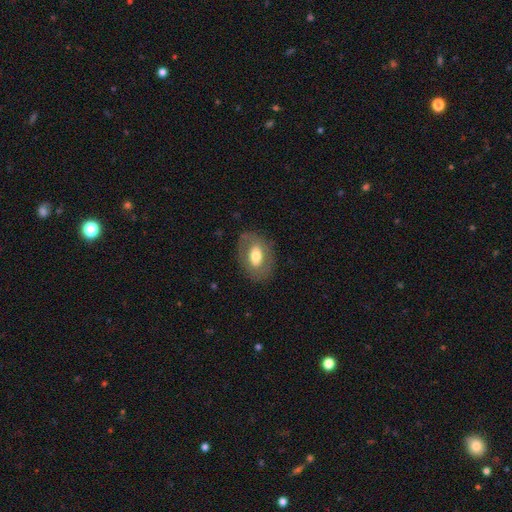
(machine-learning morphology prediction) Q: Smooth or featured?
A: smooth (56%); runner-up: featured or disk (37%)
Q: How rounded?
A: in between (82%); runner-up: round (17%)
Q: Merging?
A: none (79%); runner-up: minor disturbance (14%)